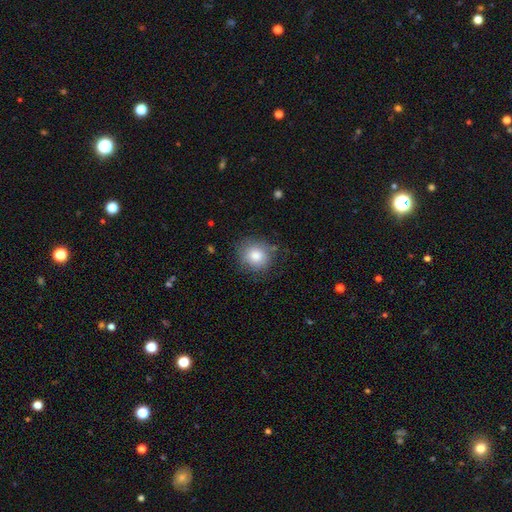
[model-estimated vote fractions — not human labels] Morphology: type=smooth (83%); roundness=round (81%); merging=none (76%).